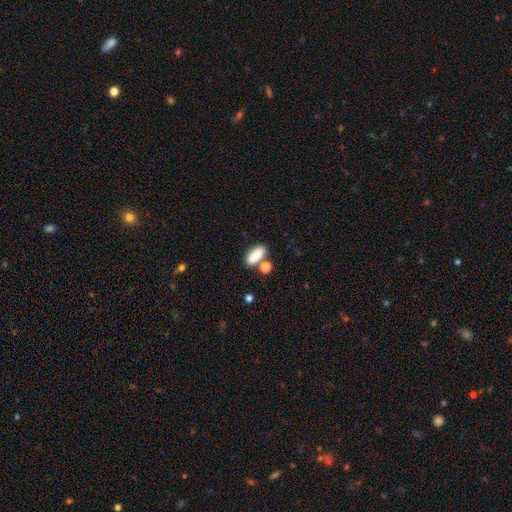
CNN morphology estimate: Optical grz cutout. It shows a smooth galaxy with no disk features (84%) that is in between round and cigar-shaped (81%). Merging: none (63%).